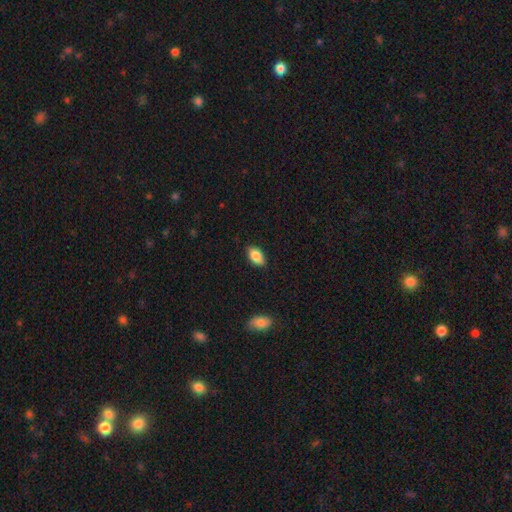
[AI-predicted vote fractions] Smooth or featured? smooth (85%)
How rounded? in between (91%)
Merging? none (82%)